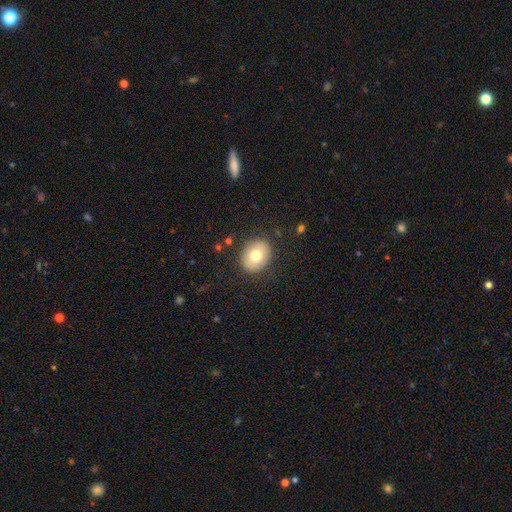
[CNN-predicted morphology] A smooth galaxy with no disk features (75%) that is round (54%).

Vote fractions:
- Smooth or featured? smooth: 75% / featured or disk: 17% / star or artifact: 8%
- How rounded? round: 54% / in between: 45% / cigar-shaped: 1%
- Merging? none: 86% / minor disturbance: 9% / major disturbance: 3% / merger: 1%